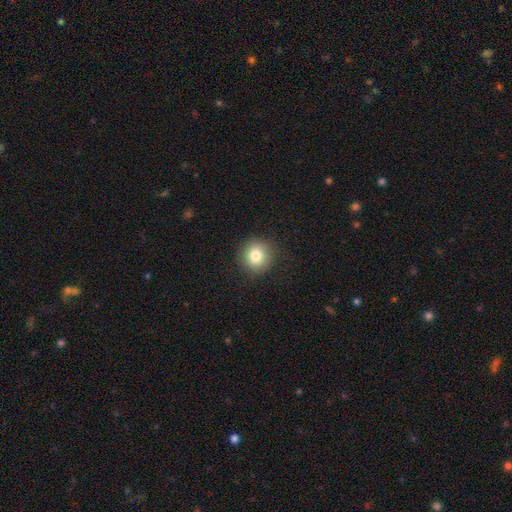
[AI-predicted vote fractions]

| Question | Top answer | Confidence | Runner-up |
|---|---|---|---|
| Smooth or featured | smooth | 82% | star or artifact (10%) |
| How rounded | round | 91% | in between (8%) |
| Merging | none | 89% | minor disturbance (7%) |